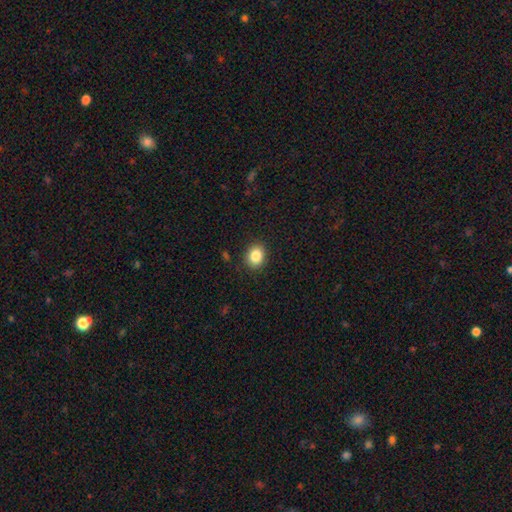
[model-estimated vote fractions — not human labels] Smooth or featured? smooth (85%)
How rounded? round (61%)
Merging? none (90%)